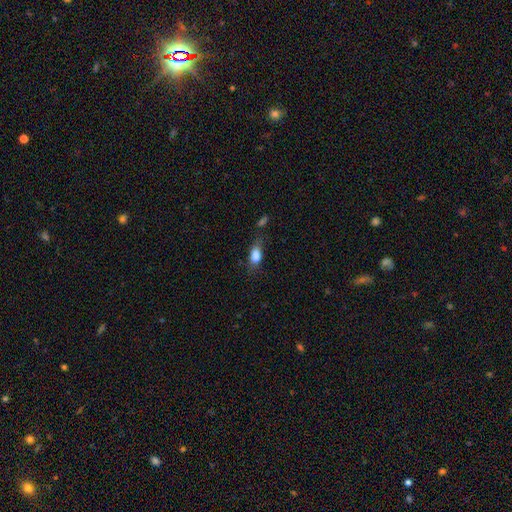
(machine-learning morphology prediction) Smooth or featured: smooth — 81% (featured or disk — 10%)
How rounded: in between — 81% (cigar-shaped — 13%)
Merging: none — 49% (minor disturbance — 29%)